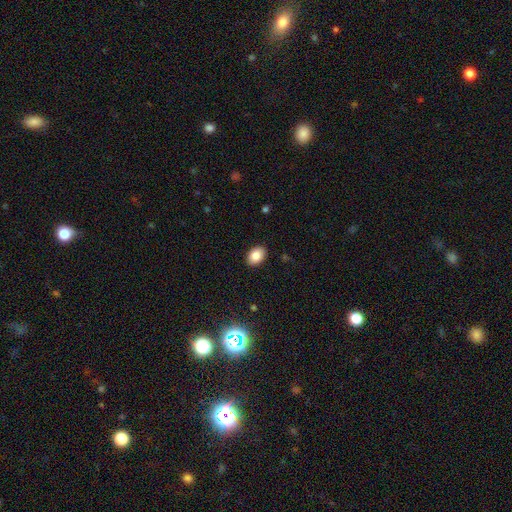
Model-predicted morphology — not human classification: Smooth or featured? smooth (85%)
How rounded? in between (82%)
Merging? none (90%)